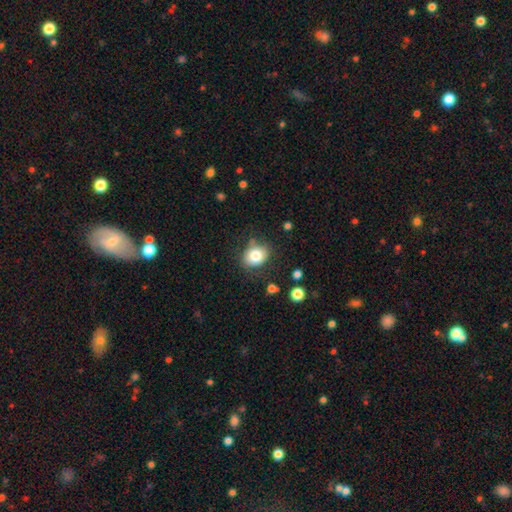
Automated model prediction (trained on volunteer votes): Smooth or featured? smooth (80%)
How rounded? round (52%)
Merging? none (74%)